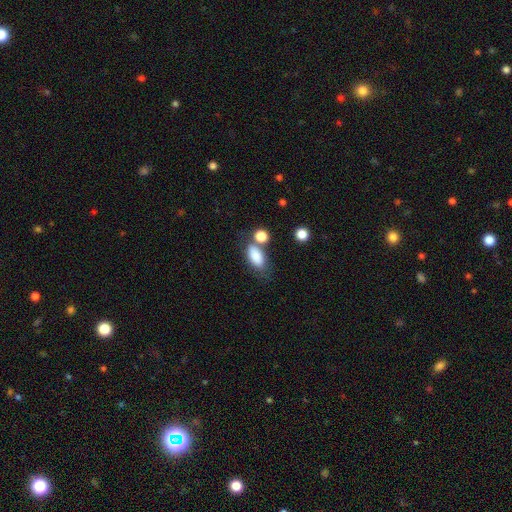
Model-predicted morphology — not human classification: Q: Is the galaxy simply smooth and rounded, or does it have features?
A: smooth — 84%.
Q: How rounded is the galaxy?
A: in between — 88%.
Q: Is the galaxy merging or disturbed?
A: none — 52%.